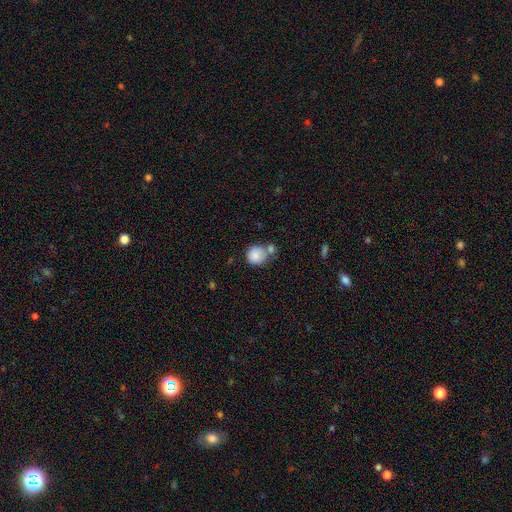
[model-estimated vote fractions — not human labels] Smooth or featured? smooth (84%)
How rounded? round (88%)
Merging? none (49%)